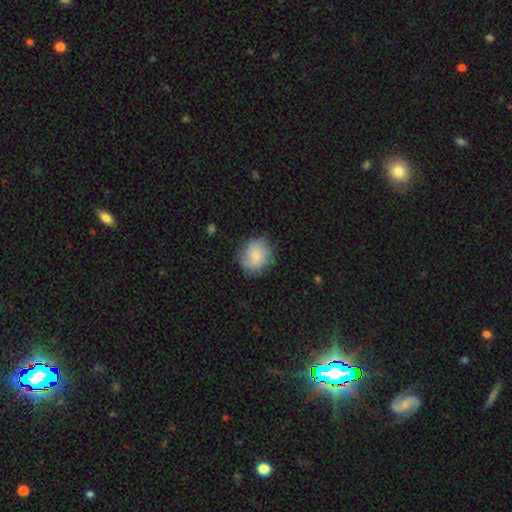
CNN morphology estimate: The model was most divided on "smooth or featured": smooth: 65%, featured or disk: 28%, star or artifact: 7%. More confident: how rounded — round (84%); merging — none (79%).